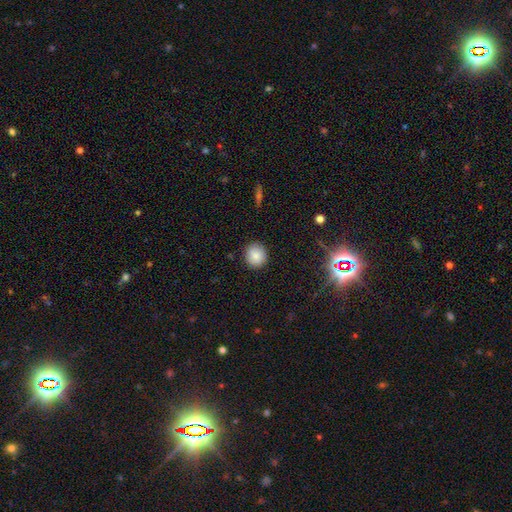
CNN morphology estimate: Q: Smooth or featured?
A: smooth (85%); runner-up: star or artifact (9%)
Q: How rounded?
A: round (87%); runner-up: in between (12%)
Q: Merging?
A: none (89%); runner-up: minor disturbance (7%)